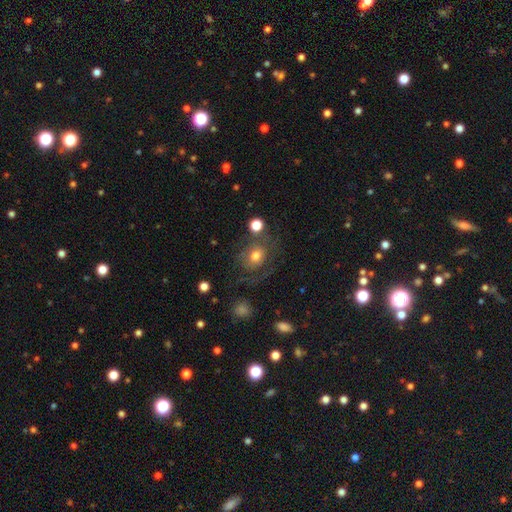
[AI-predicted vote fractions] A smooth galaxy with no disk features (57%) that is round (67%). Merging: none (52%).